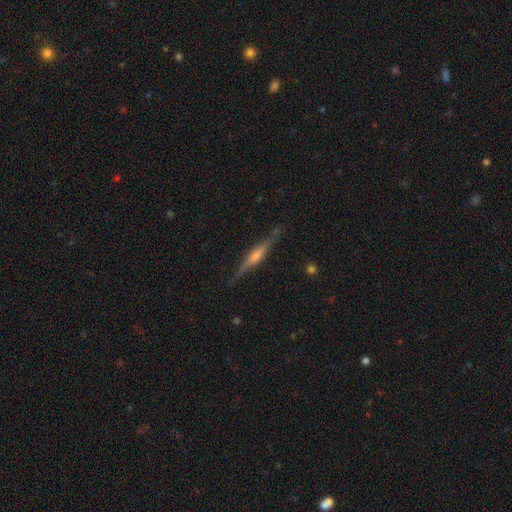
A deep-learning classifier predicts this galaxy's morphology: Smooth or featured: featured or disk — 80% (smooth — 14%)
Edge-on disk: yes — 97% (no — 3%)
Edge-on bulge: rounded — 80% (boxy — 12%)
Merging: none — 88% (minor disturbance — 9%)